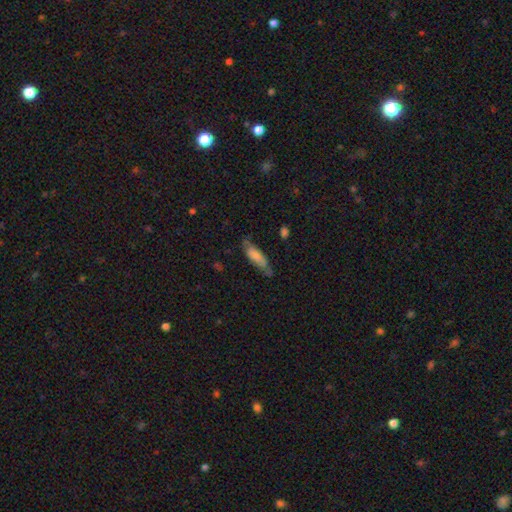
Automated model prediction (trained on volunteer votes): This appears to be a smooth galaxy with no disk features (72%) that is in between round and cigar-shaped (52%). Merging: none (56%).